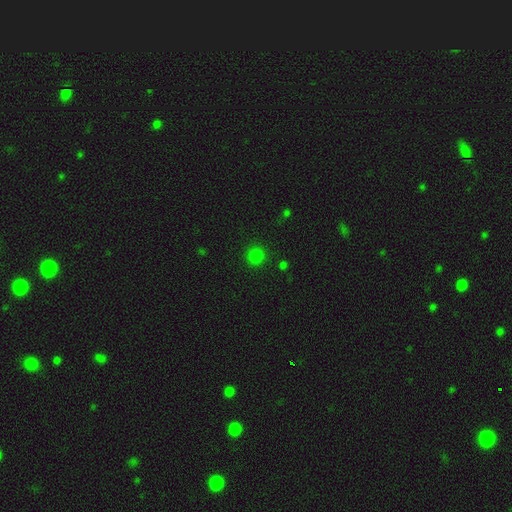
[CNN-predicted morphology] A smooth galaxy with no disk features (79%) that is round (93%). Merging: none (90%).